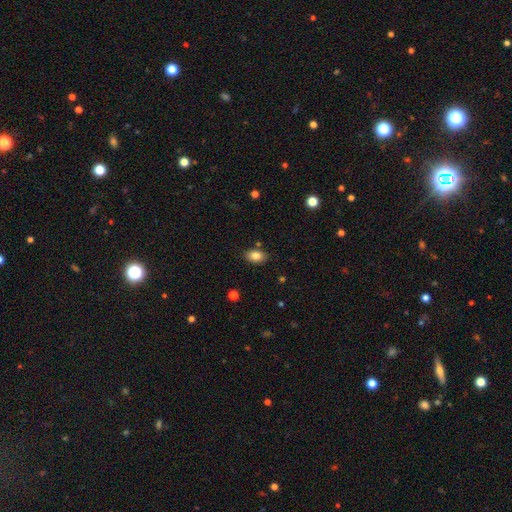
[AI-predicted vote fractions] smooth 83%, star or artifact 9%, featured or disk 9%. Down the decision tree: how rounded — in between (86%); merging — none (83%).